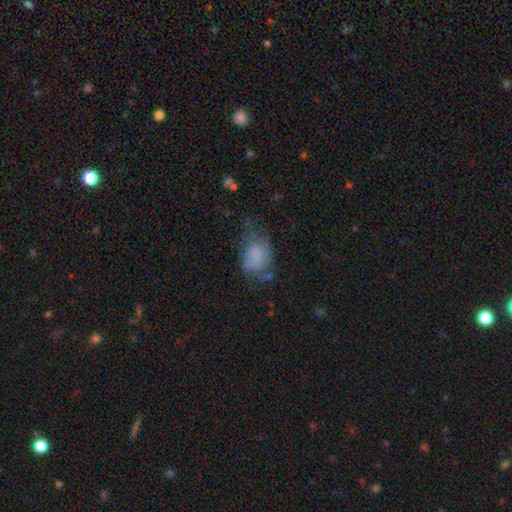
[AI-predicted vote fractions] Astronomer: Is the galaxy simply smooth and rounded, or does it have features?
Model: smooth — 69%.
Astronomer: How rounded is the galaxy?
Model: in between — 78%.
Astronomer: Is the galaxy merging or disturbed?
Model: none — 43% (runner-up: minor disturbance, 31%).